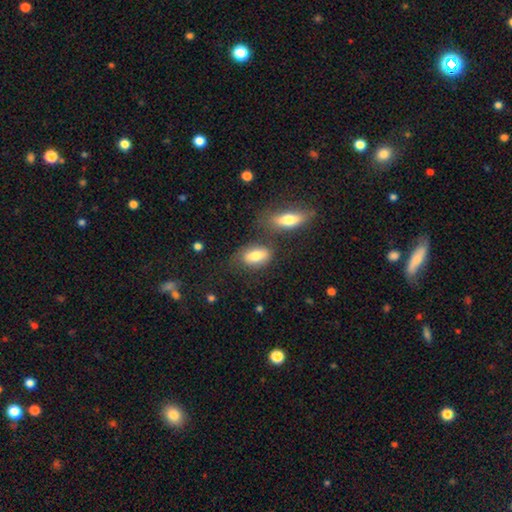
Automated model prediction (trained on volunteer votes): Q: Smooth or featured?
A: smooth (77%); runner-up: featured or disk (16%)
Q: How rounded?
A: in between (88%); runner-up: round (6%)
Q: Merging?
A: none (59%); runner-up: minor disturbance (18%)